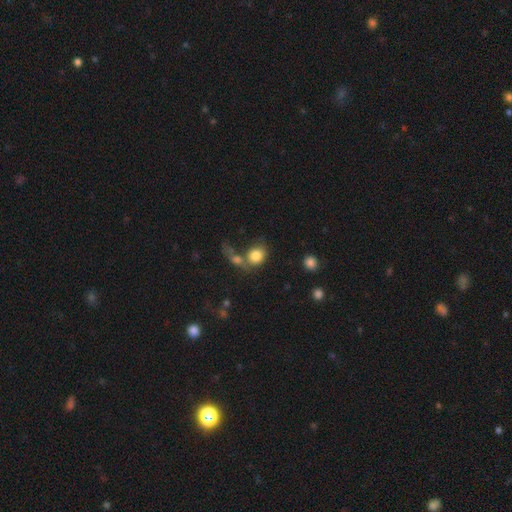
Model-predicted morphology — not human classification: smooth-or-featured: smooth: 82% | star or artifact: 9% | featured or disk: 9%
  how-rounded: round: 65% | in between: 33% | cigar-shaped: 1%
  merging: merger: 40% | none: 36% | minor disturbance: 13% | major disturbance: 11%